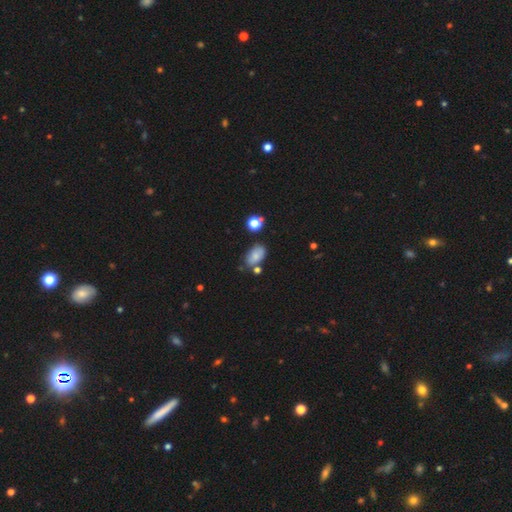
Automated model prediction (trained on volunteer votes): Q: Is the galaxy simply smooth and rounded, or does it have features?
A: smooth — 76%.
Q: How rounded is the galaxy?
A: in between — 89%.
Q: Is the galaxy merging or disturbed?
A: none — 62%.